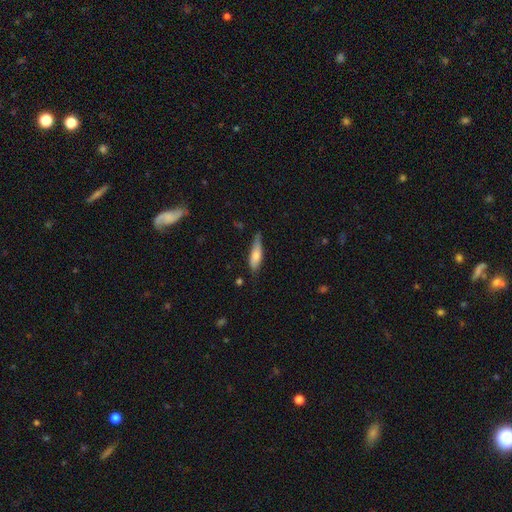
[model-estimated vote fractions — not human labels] Smooth or featured?
  - smooth: 67% *
  - featured or disk: 27%
  - star or artifact: 6%
How rounded?
  - cigar-shaped: 58% *
  - in between: 40%
  - round: 2%
Merging?
  - none: 62% *
  - minor disturbance: 30%
  - major disturbance: 5%
  - merger: 2%